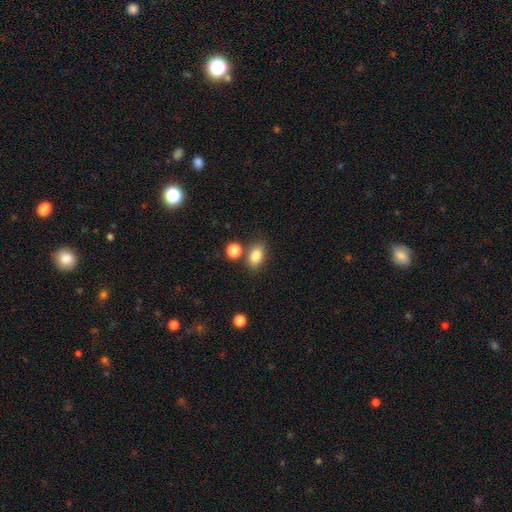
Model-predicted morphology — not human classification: Smooth or featured? Predicted: smooth (p=0.84). How rounded? Predicted: in between (p=0.81). Merging? Predicted: none (p=0.73).